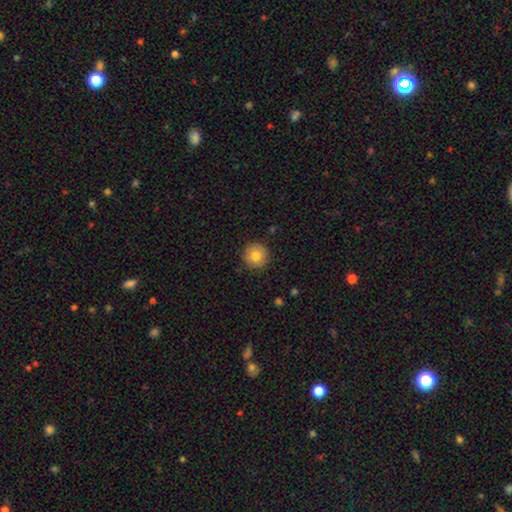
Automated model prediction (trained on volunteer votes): Smooth or featured?
  - smooth: 80% *
  - featured or disk: 11%
  - star or artifact: 8%
How rounded?
  - round: 95% *
  - in between: 4%
  - cigar-shaped: 1%
Merging?
  - none: 90% *
  - minor disturbance: 7%
  - major disturbance: 2%
  - merger: 1%